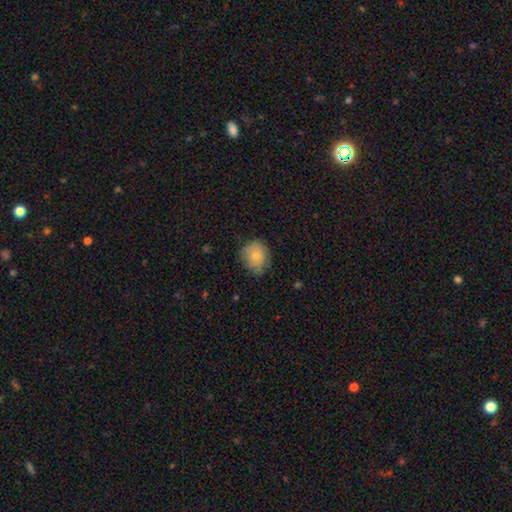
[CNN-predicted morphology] Smooth or featured? Predicted: smooth (p=0.76). How rounded? Predicted: round (p=0.76). Merging? Predicted: none (p=0.64).